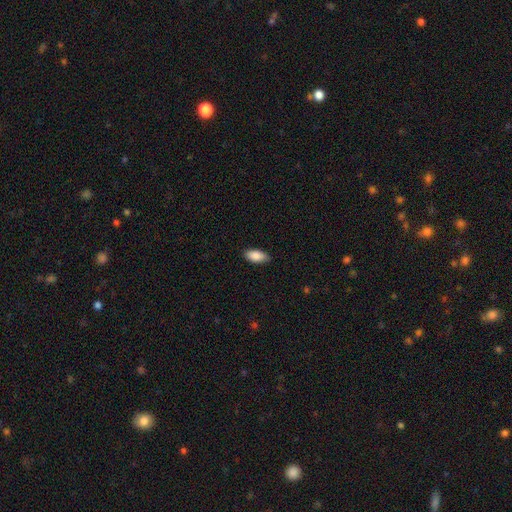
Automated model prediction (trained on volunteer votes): Overall: smooth (88%). How rounded: in between (89%). Merging: none (86%).